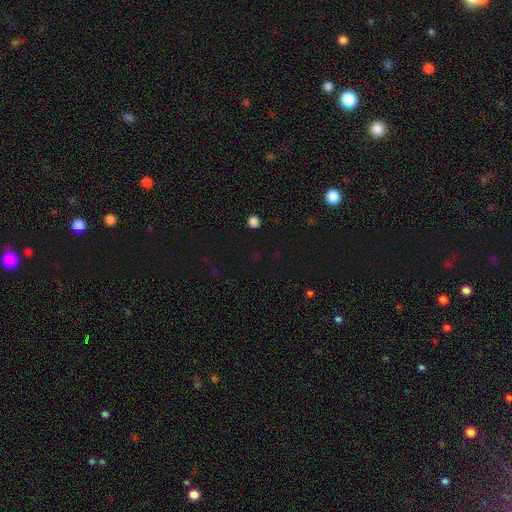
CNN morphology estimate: Overall: smooth (52%; star or artifact 44%). How rounded: round (87%). Merging: none (88%).